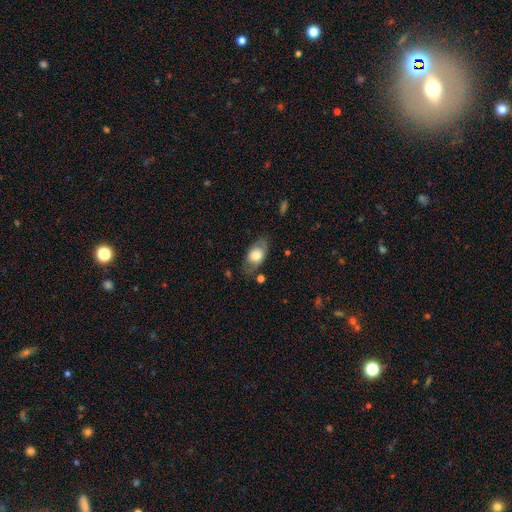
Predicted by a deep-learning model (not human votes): Q: Smooth or featured?
A: smooth (61%); runner-up: featured or disk (32%)
Q: How rounded?
A: in between (88%); runner-up: round (10%)
Q: Merging?
A: none (68%); runner-up: minor disturbance (21%)